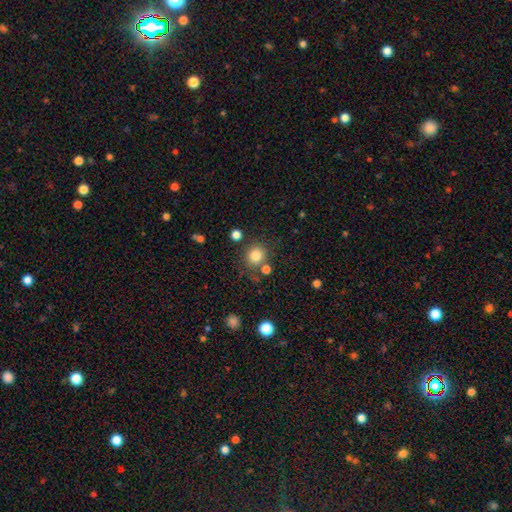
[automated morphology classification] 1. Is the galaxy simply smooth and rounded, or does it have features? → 82% smooth, 12% star or artifact, 6% featured or disk.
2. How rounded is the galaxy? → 89% round, 10% in between, 1% cigar-shaped.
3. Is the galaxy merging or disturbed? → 77% none, 10% minor disturbance, 9% merger, 4% major disturbance.